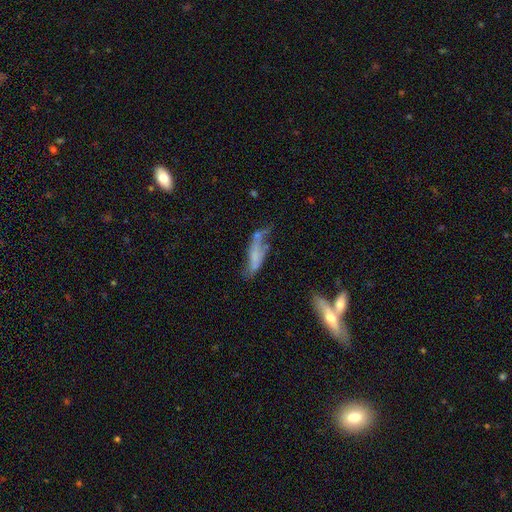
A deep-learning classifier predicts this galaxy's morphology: smooth_or_featured: smooth (p=0.49) [alt: featured or disk p=0.41]
merging: none (p=0.29) [tied with: major disturbance p=0.29]